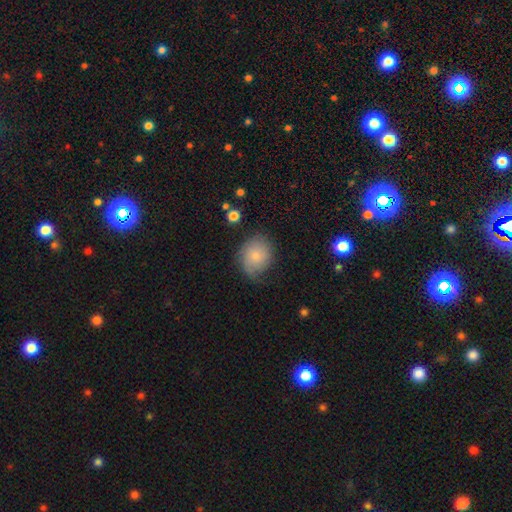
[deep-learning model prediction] Smooth or featured?
  - smooth: 76% *
  - featured or disk: 17%
  - star or artifact: 8%
How rounded?
  - round: 64% *
  - in between: 35%
  - cigar-shaped: 1%
Merging?
  - none: 57% *
  - minor disturbance: 31%
  - major disturbance: 10%
  - merger: 2%